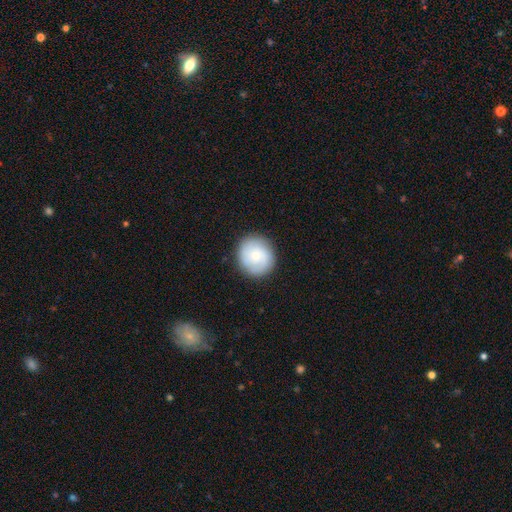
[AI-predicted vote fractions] Smooth or featured? featured or disk (48%)
Merging? none (86%)